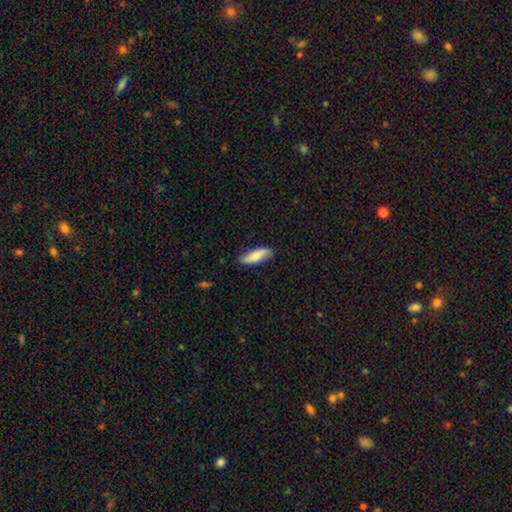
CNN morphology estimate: A smooth galaxy with no disk features (68%) that is in between round and cigar-shaped (53%).

Vote fractions:
- Smooth or featured? smooth: 68% / featured or disk: 26% / star or artifact: 6%
- How rounded? in between: 53% / cigar-shaped: 45% / round: 2%
- Merging? none: 78% / minor disturbance: 17% / major disturbance: 3% / merger: 1%